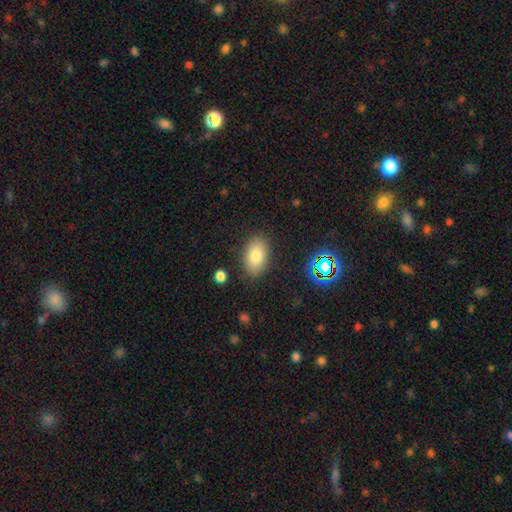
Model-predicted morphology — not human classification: Q: Smooth or featured?
A: smooth (79%); runner-up: featured or disk (11%)
Q: How rounded?
A: in between (90%); runner-up: round (8%)
Q: Merging?
A: none (85%); runner-up: minor disturbance (10%)